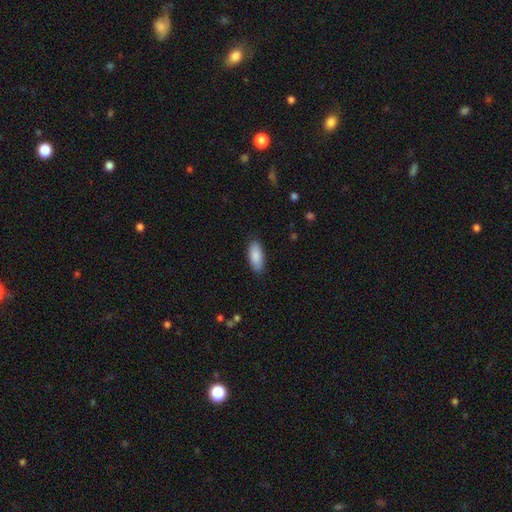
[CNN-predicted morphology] This is clearly a smooth galaxy (87%). How rounded: clearly in between (87%). Merging: clearly none (86%).